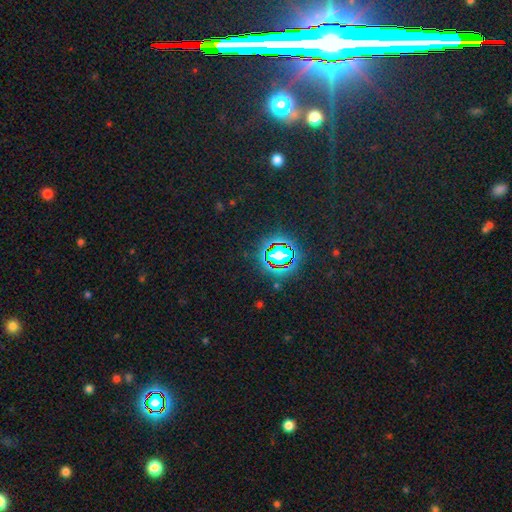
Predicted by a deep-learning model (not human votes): Overall: star or artifact (80%).